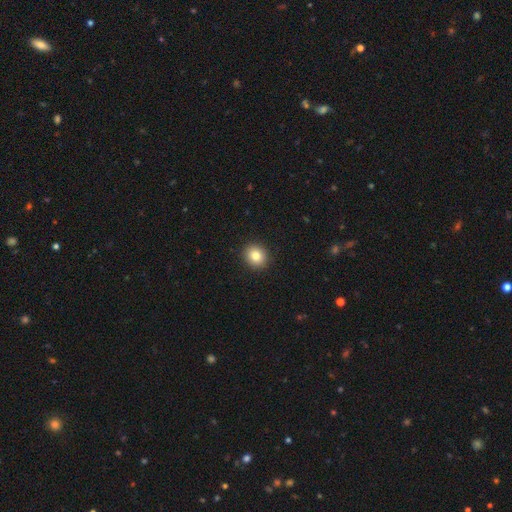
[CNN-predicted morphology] Smooth or featured?
  - smooth: 83% *
  - star or artifact: 10%
  - featured or disk: 7%
How rounded?
  - round: 84% *
  - in between: 15%
  - cigar-shaped: 1%
Merging?
  - none: 92% *
  - minor disturbance: 5%
  - major disturbance: 2%
  - merger: 1%